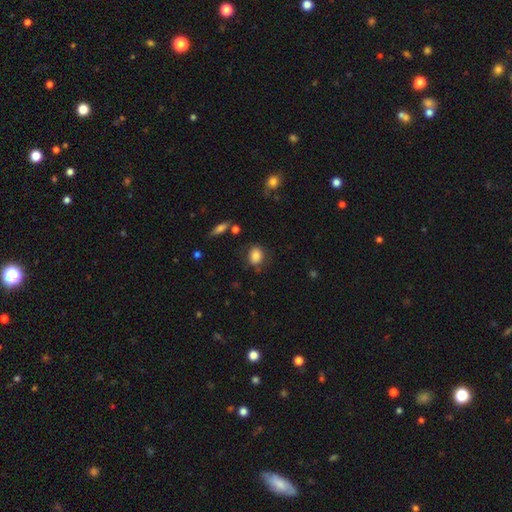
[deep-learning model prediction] Smooth or featured? Predicted: smooth (p=0.82). How rounded? Predicted: round (p=0.50). Merging? Predicted: none (p=0.75).